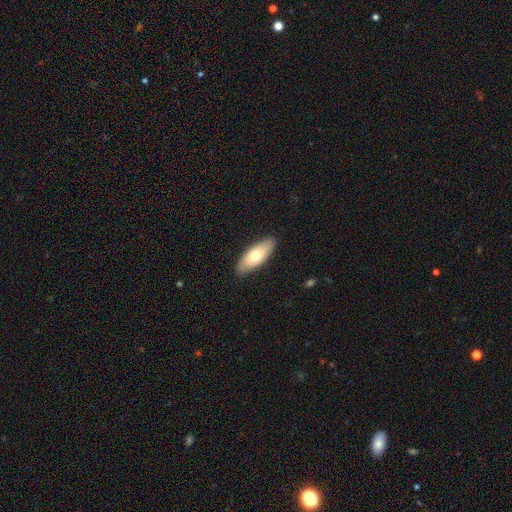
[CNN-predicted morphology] Smooth or featured: smooth — 66% (featured or disk — 28%)
How rounded: in between — 81% (cigar-shaped — 17%)
Merging: none — 86% (minor disturbance — 11%)